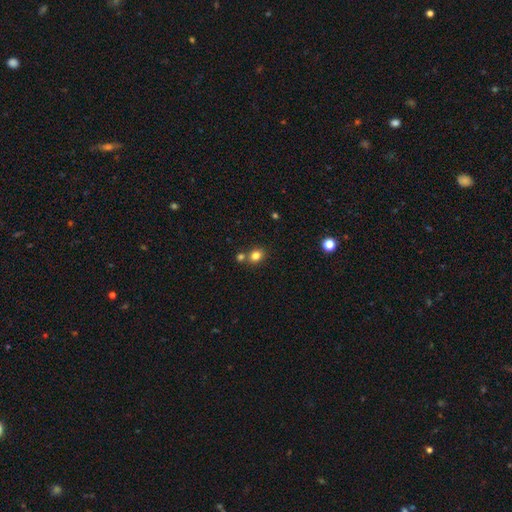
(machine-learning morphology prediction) smooth 81%, star or artifact 12%, featured or disk 6%. Down the decision tree: how rounded — round (62%); merging — none (66%).